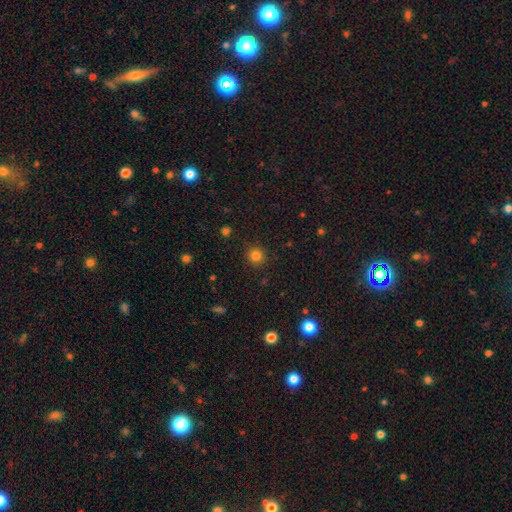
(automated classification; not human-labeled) Smooth or featured? smooth (82%)
How rounded? round (93%)
Merging? none (90%)